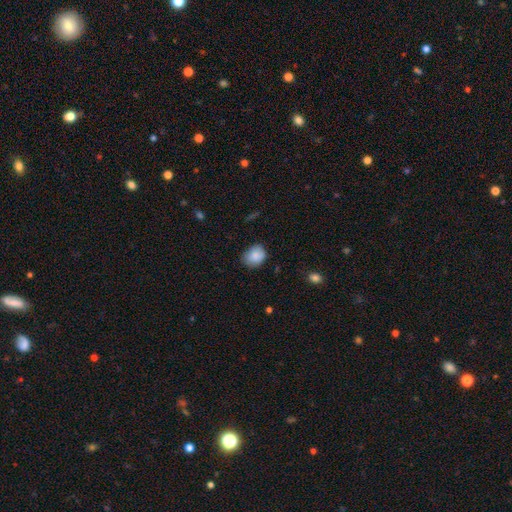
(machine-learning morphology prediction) A smooth galaxy with no disk features (86%) that is in between round and cigar-shaped (52%). Merging: none (69%).